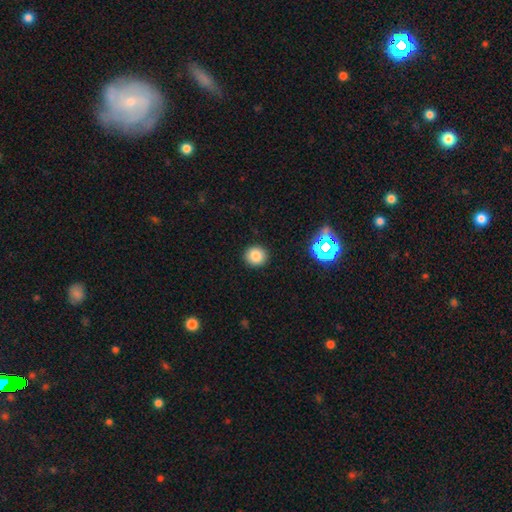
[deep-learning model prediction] Q: Smooth or featured?
A: smooth (82%); runner-up: star or artifact (13%)
Q: How rounded?
A: round (89%); runner-up: in between (10%)
Q: Merging?
A: none (92%); runner-up: minor disturbance (5%)